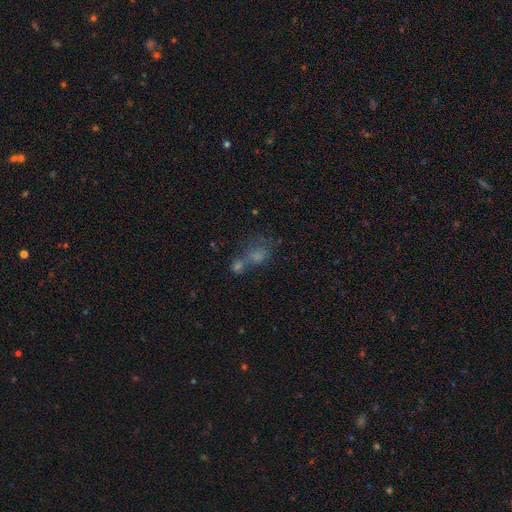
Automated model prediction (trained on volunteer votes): Smooth or featured? smooth (54%)
How rounded? in between (53%)
Merging? merger (52%)